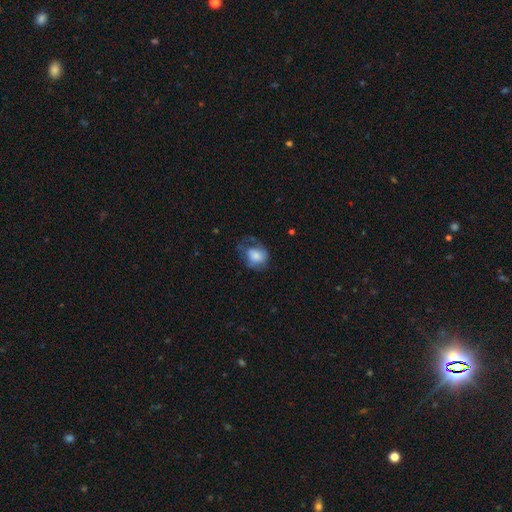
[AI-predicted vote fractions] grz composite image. It shows a smooth galaxy with no disk features (70%) that is in between round and cigar-shaped (56%). Merging: none (37%).